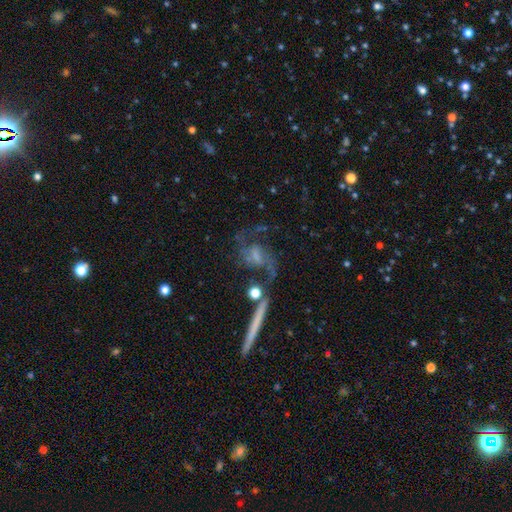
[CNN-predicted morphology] Smooth or featured?
  - featured or disk: 80% *
  - smooth: 11%
  - star or artifact: 9%
Edge-on disk?
  - no: 91% *
  - yes: 9%
Bar?
  - weak: 44% *
  - no: 38%
  - strong: 19%
Spiral arms?
  - yes: 93% *
  - no: 7%
Spiral winding?
  - medium: 50% *
  - loose: 34%
  - tight: 16%
Spiral arm count?
  - 2: 83% *
  - can't tell: 8%
  - 3: 3%
  - 1: 3%
  - 4: 2%
  - more than 4: 2%
Bulge size?
  - small: 35% * (tied)
  - moderate: 35% * (tied)
  - none: 23%
  - large: 6%
  - dominant: 2%
Merging?
  - none: 59% *
  - minor disturbance: 16%
  - major disturbance: 16%
  - merger: 10%